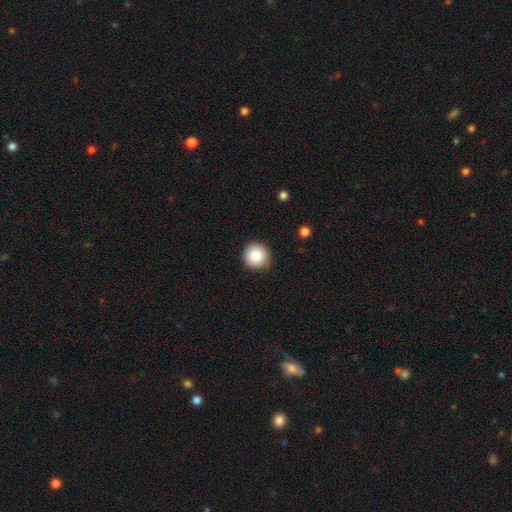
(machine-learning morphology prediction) This appears to be a smooth galaxy with no disk features (84%) that is round (95%). Merging: none (85%).